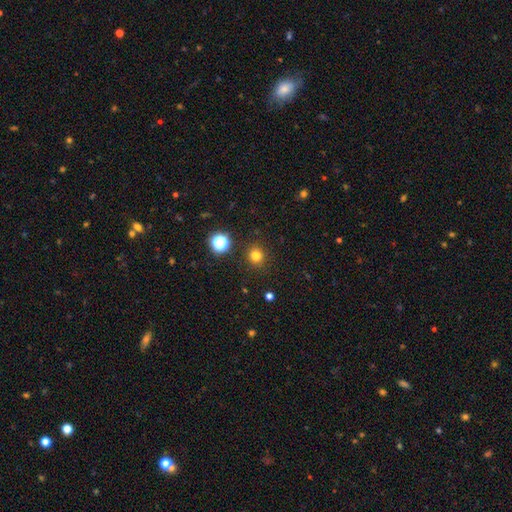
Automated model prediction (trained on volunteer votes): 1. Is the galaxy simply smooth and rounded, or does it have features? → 78% smooth, 17% star or artifact, 5% featured or disk.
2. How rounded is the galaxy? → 91% round, 9% in between, 1% cigar-shaped.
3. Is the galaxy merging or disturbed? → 90% none, 6% minor disturbance, 2% major disturbance, 2% merger.